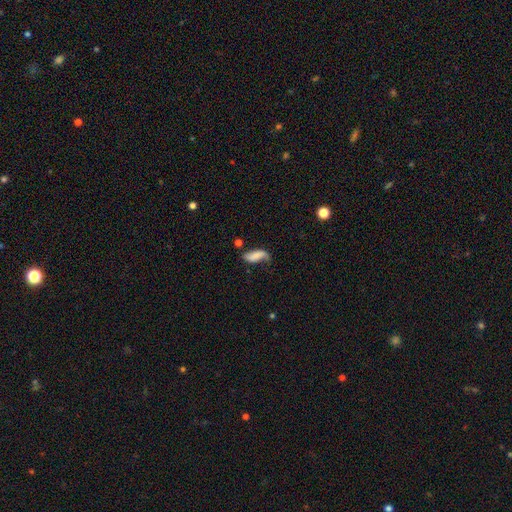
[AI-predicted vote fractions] Overall: smooth (56%; featured or disk 35%). How rounded: in between (75%). Merging: none (42%; minor disturbance 32%).